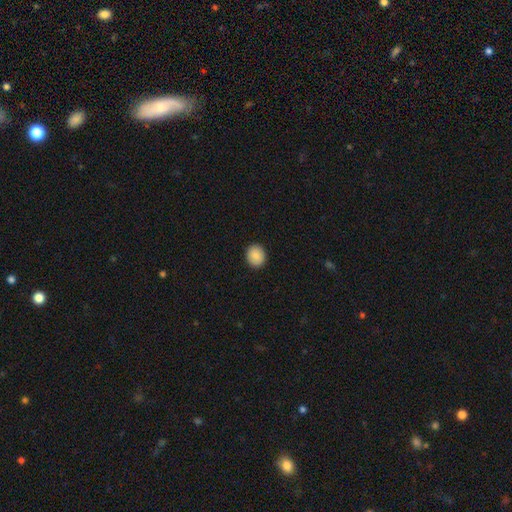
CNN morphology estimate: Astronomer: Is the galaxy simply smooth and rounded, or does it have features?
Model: smooth — 88%.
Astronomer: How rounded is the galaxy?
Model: round — 71%.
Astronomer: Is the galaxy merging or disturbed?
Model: none — 91%.